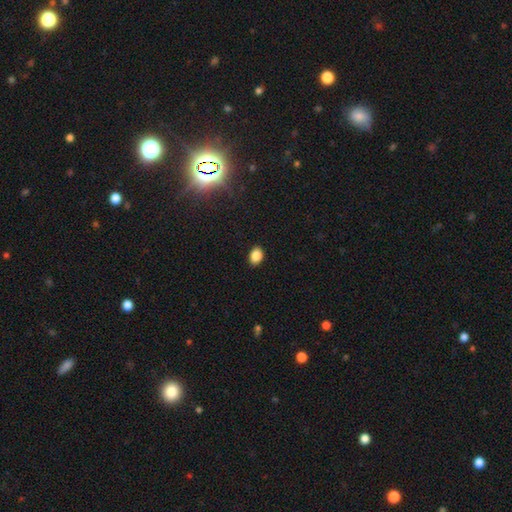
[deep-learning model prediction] This appears to be a smooth galaxy with no disk features (87%) that is in between round and cigar-shaped (72%). Merging: none (89%).